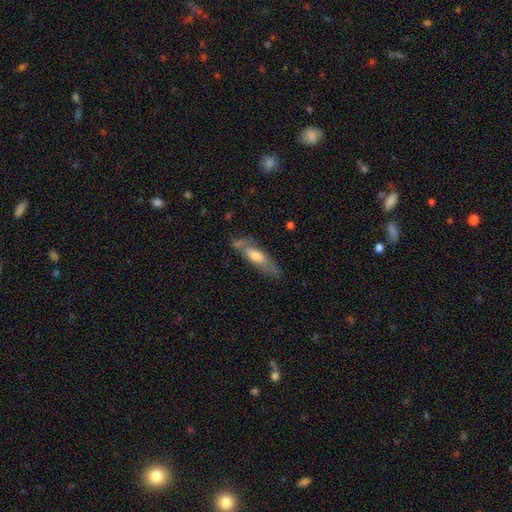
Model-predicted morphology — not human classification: The model was most divided on "smooth or featured": smooth: 57%, featured or disk: 37%, star or artifact: 6%. More confident: how rounded — cigar-shaped (60%); merging — none (59%).